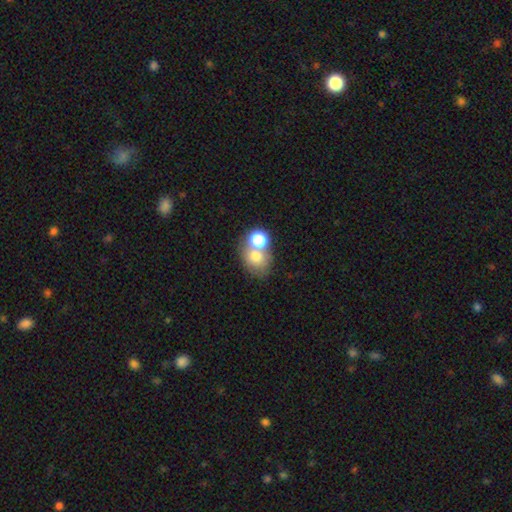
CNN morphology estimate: smooth-or-featured: smooth: 70% | featured or disk: 17% | star or artifact: 13%
  how-rounded: round: 56% | in between: 43% | cigar-shaped: 1%
  merging: merger: 51% | none: 36% | minor disturbance: 9% | major disturbance: 5%